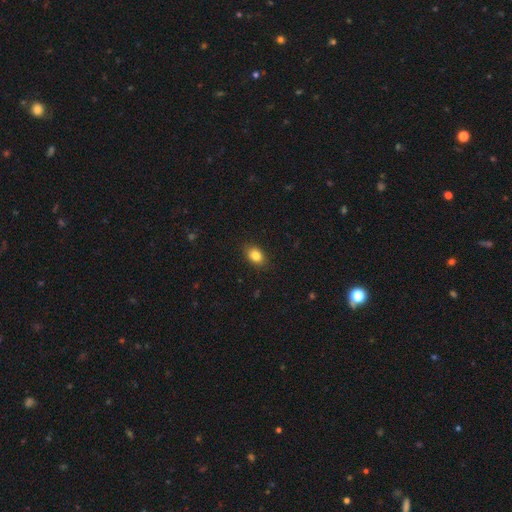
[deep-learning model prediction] Smooth or featured: smooth — 84% (star or artifact — 9%)
How rounded: in between — 78% (round — 21%)
Merging: none — 86% (minor disturbance — 11%)